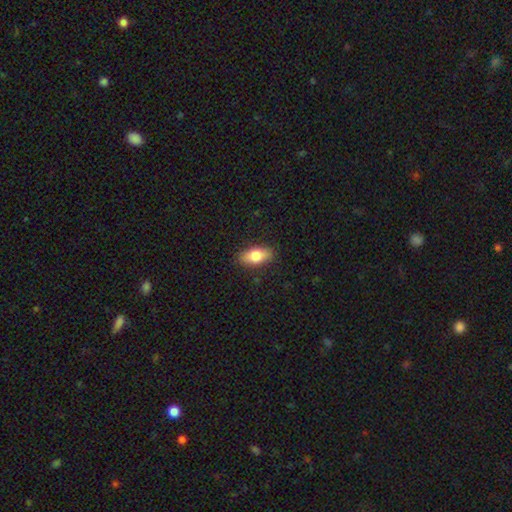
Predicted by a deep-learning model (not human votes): This appears to be a smooth galaxy with no disk features (78%) that is in between round and cigar-shaped (87%). Merging: none (87%).